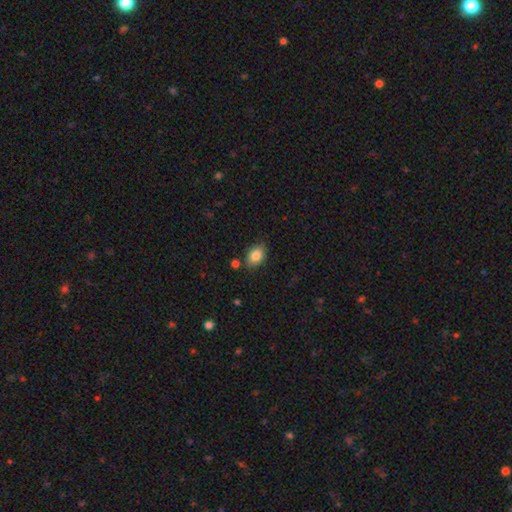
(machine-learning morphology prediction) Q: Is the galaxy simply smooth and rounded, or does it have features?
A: smooth — 83%.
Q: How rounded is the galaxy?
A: in between — 81%.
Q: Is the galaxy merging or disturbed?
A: none — 78%.